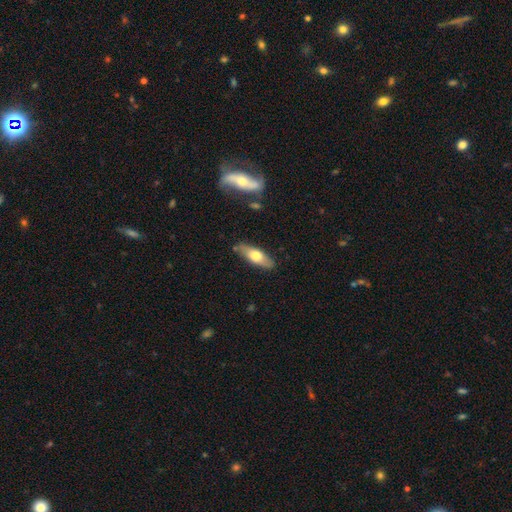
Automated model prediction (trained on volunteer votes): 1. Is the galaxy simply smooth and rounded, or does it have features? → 58% smooth, 37% featured or disk, 6% star or artifact.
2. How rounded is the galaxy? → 61% in between, 36% cigar-shaped, 3% round.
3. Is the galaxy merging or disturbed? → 80% none, 14% minor disturbance, 3% major disturbance, 3% merger.